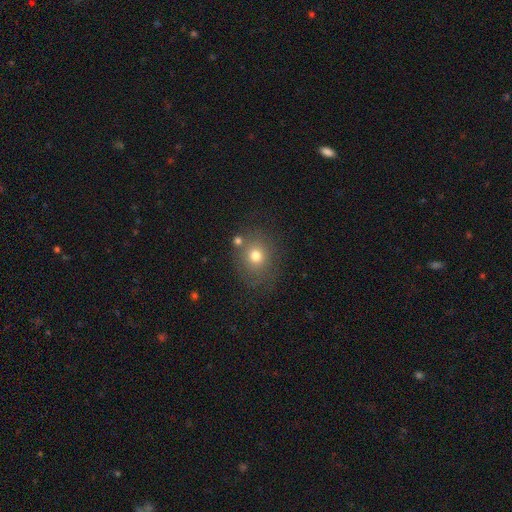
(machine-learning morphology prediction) type=smooth (74%); roundness=round (75%); merging=none (73%).